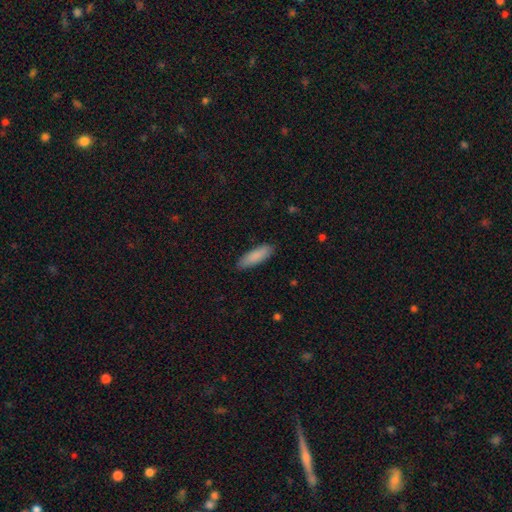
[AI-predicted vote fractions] Smooth or featured: smooth — 87% (featured or disk — 7%)
How rounded: cigar-shaped — 54% (in between — 45%)
Merging: none — 87% (minor disturbance — 10%)